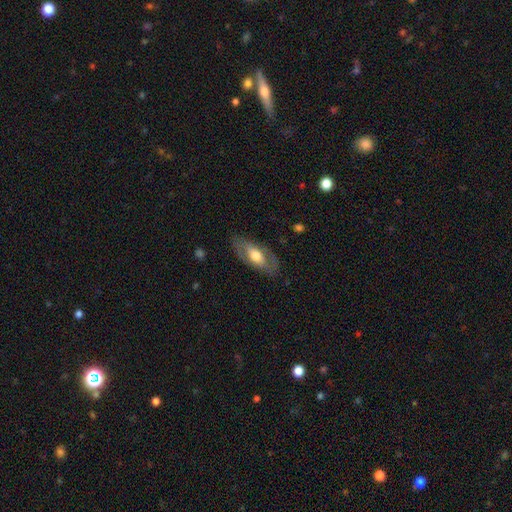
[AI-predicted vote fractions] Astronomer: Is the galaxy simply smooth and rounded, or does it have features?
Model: featured or disk — 51% (runner-up: smooth, 43%).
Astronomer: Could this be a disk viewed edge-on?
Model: no — 78%.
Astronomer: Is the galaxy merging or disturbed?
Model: none — 79%.